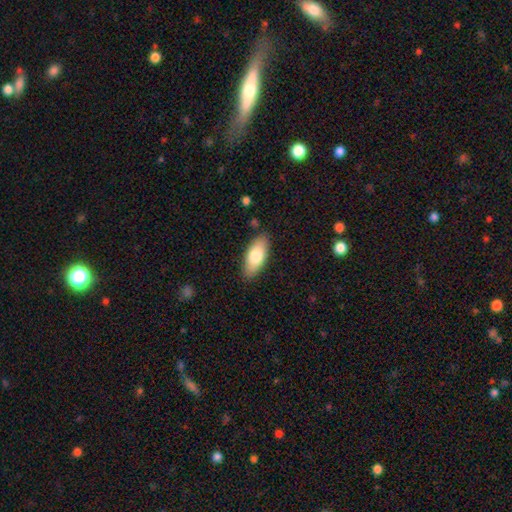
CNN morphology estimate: Overall: smooth (77%). How rounded: in between (85%). Merging: none (86%).